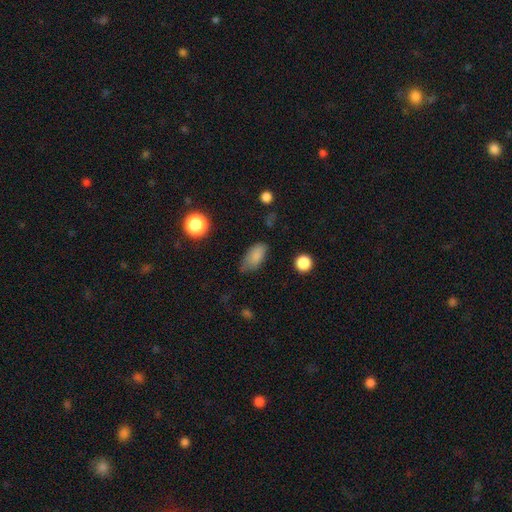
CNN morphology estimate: The model was most divided on "merging": none: 60%, minor disturbance: 30%, major disturbance: 7%, merger: 2%. More confident: how rounded — in between (90%); smooth or featured — smooth (83%).